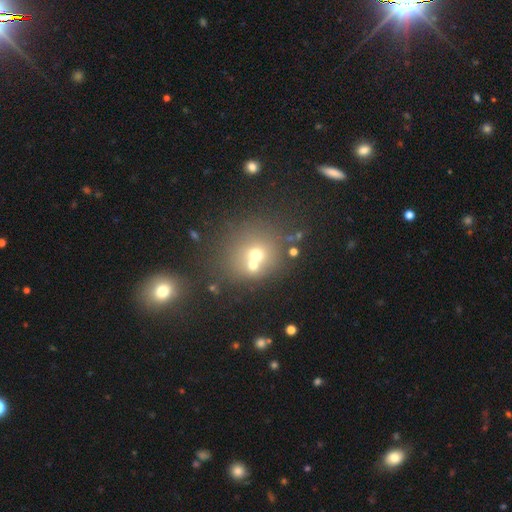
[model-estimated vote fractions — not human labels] Smooth or featured: smooth — 59% (star or artifact — 21%)
How rounded: round — 84% (in between — 15%)
Merging: none — 48% (merger — 39%)